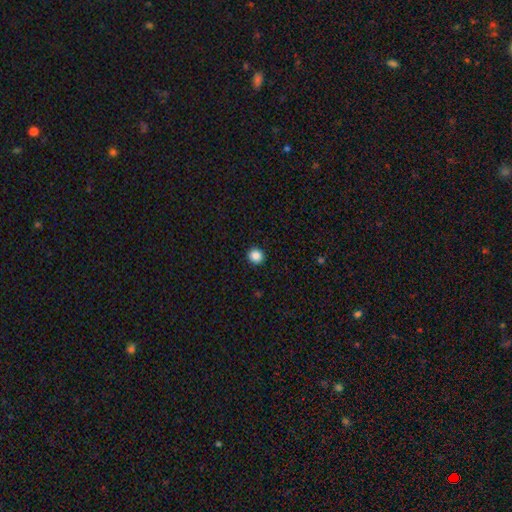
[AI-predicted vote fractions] smooth_or_featured: smooth (p=0.86) [alt: star or artifact p=0.10]
how_rounded: round (p=0.92) [alt: in between p=0.07]
merging: none (p=0.93) [alt: minor disturbance p=0.04]